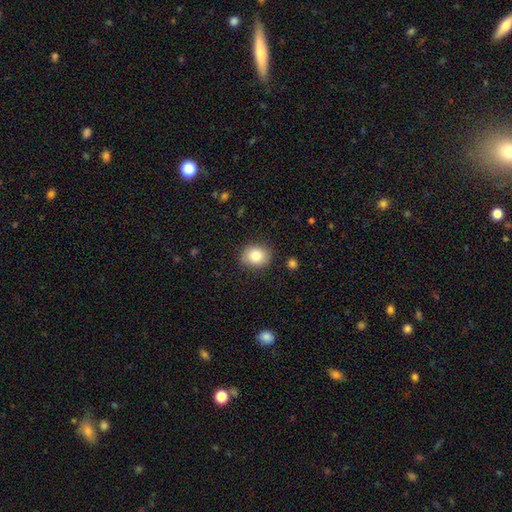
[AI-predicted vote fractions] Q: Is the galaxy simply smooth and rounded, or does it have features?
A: smooth — 83%.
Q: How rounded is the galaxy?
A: round — 60%.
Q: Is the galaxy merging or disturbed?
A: none — 84%.